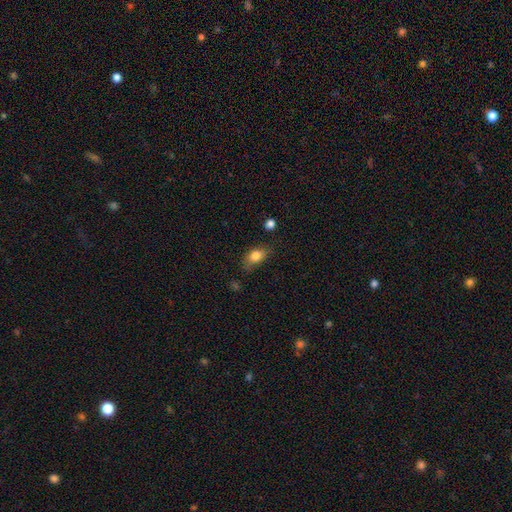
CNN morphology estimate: Smooth or featured? Predicted: smooth (p=0.82). How rounded? Predicted: in between (p=0.80). Merging? Predicted: none (p=0.63).